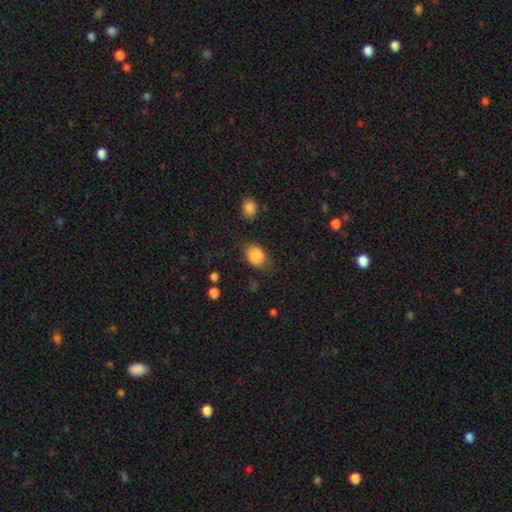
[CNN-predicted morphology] Smooth or featured?
  - smooth: 85% *
  - star or artifact: 9%
  - featured or disk: 6%
How rounded?
  - in between: 60% *
  - round: 39%
  - cigar-shaped: 1%
Merging?
  - none: 64% *
  - minor disturbance: 24%
  - major disturbance: 9%
  - merger: 3%